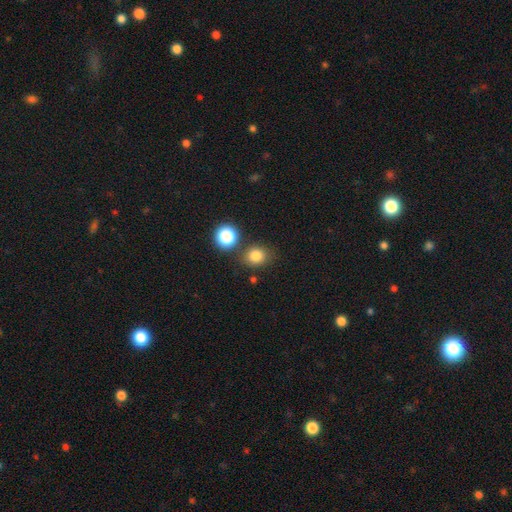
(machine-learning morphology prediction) Overall: smooth (80%). How rounded: round (71%). Merging: none (78%).